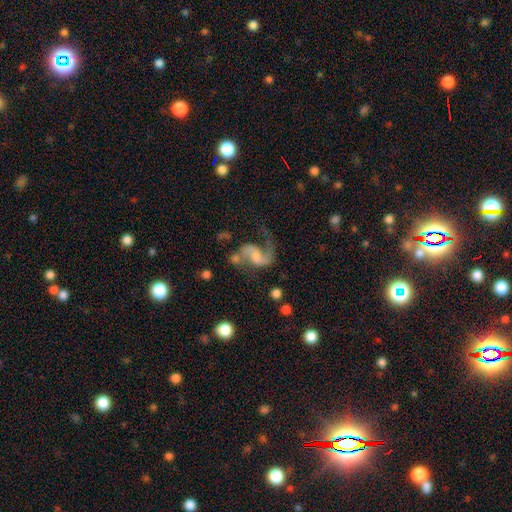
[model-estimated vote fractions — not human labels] featured or disk 83%, smooth 10%, star or artifact 7%. Down the decision tree: edge-on disk — no (98%); bar — weak (44%); spiral arms — yes (95%); spiral arm count — 2 (82%); spiral winding — loose (69%); bulge size — small (35%); merging — none (43%).